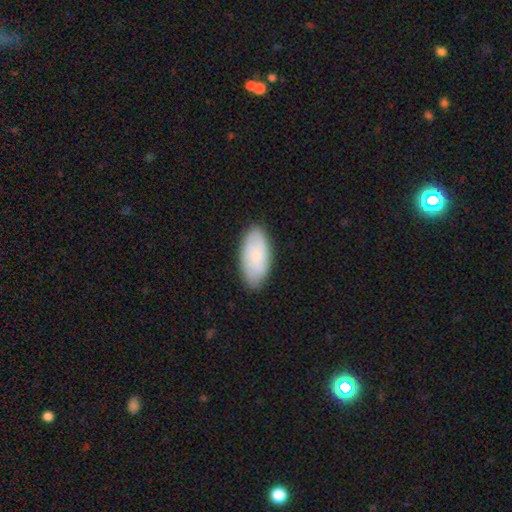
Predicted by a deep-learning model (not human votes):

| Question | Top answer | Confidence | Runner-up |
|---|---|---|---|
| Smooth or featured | smooth | 71% | featured or disk (23%) |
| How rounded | in between | 93% | cigar-shaped (5%) |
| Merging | none | 84% | minor disturbance (13%) |